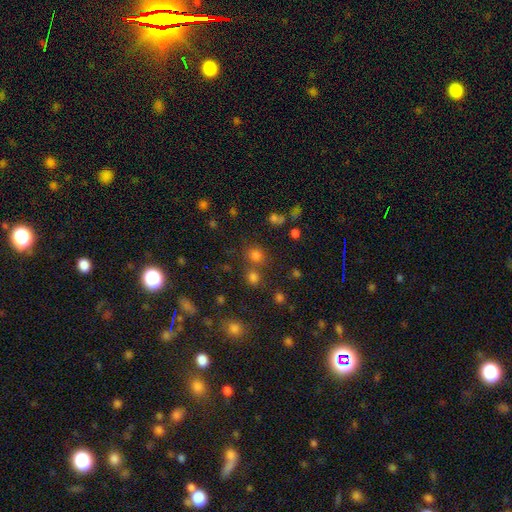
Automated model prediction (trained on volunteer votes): Smooth or featured?
  - smooth: 68% *
  - star or artifact: 26%
  - featured or disk: 7%
How rounded?
  - round: 82% *
  - in between: 17%
  - cigar-shaped: 1%
Merging?
  - none: 69% *
  - merger: 18%
  - minor disturbance: 8%
  - major disturbance: 4%